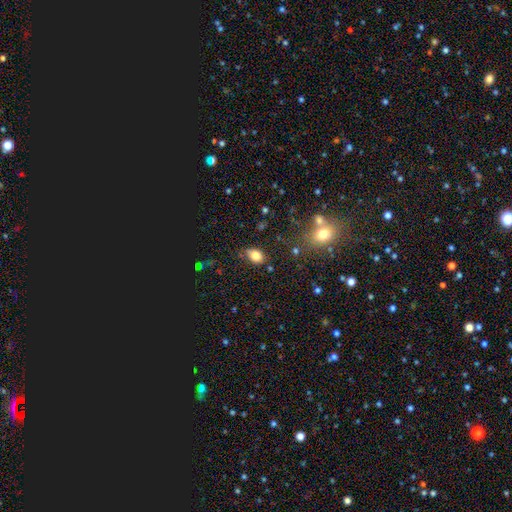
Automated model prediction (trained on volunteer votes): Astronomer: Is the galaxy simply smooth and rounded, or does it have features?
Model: smooth — 81%.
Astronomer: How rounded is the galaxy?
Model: in between — 76%.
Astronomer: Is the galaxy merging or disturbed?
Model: none — 71%.